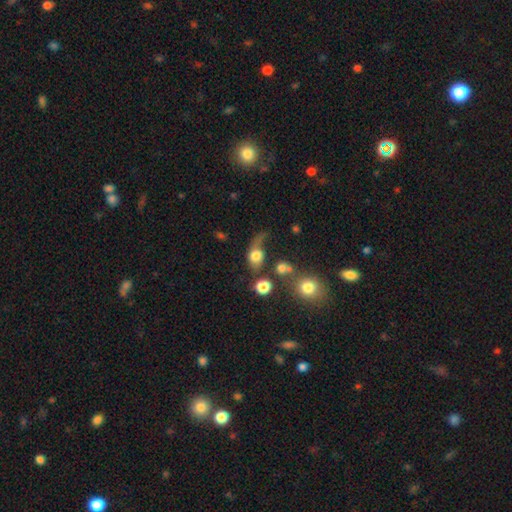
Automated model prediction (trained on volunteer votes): smooth 61%, featured or disk 28%, star or artifact 11%. Down the decision tree: how rounded — in between (53%); merging — major disturbance (41%).